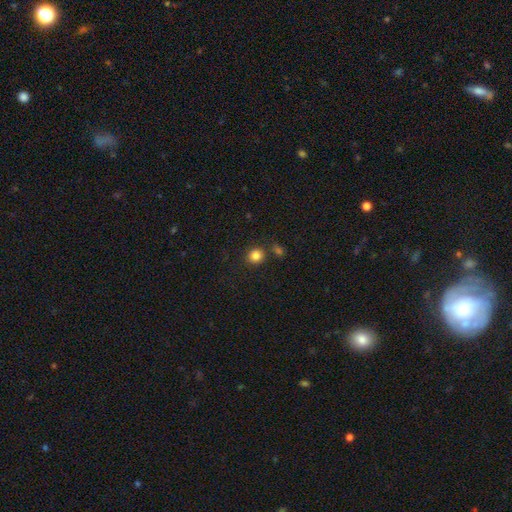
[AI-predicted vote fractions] The model was most divided on "how rounded": round: 84%, in between: 15%, cigar-shaped: 1%. More confident: smooth or featured — smooth (84%); merging — none (81%).